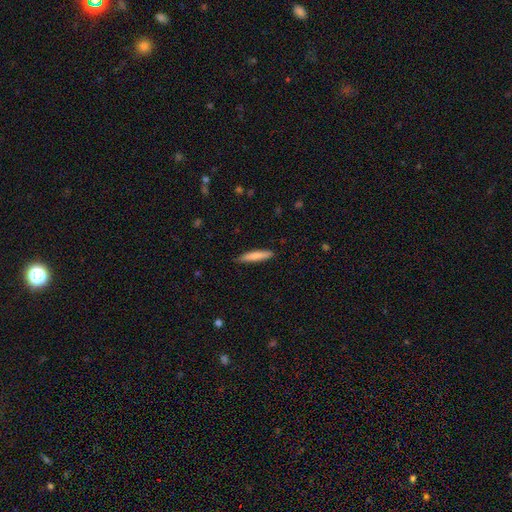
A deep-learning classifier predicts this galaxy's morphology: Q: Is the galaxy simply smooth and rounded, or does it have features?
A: smooth — 78%.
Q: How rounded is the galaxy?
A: cigar-shaped — 88%.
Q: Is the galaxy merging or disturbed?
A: none — 86%.